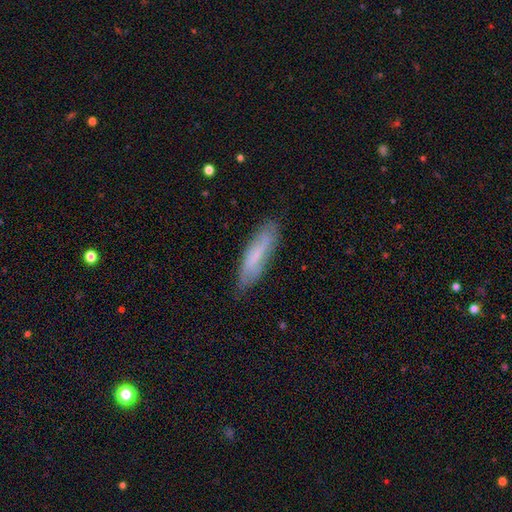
Smooth or featured: smooth — 57% (featured or disk — 38%)
How rounded: cigar-shaped — 65% (in between — 26%)
Merging: none — 71% (minor disturbance — 13%)